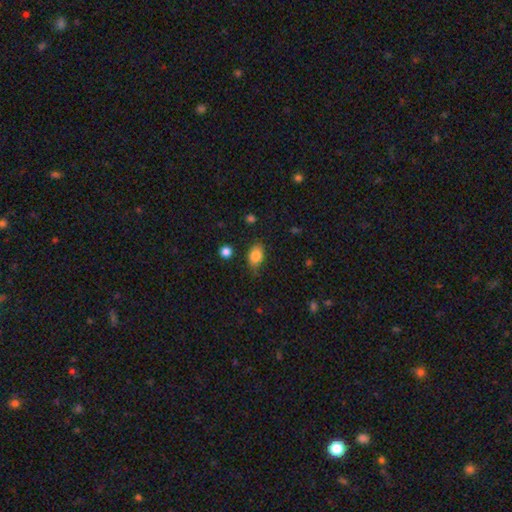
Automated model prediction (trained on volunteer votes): A smooth galaxy with no disk features (84%) that is in between round and cigar-shaped (75%).

Vote fractions:
- Smooth or featured? smooth: 84% / star or artifact: 9% / featured or disk: 7%
- How rounded? in between: 75% / round: 23% / cigar-shaped: 2%
- Merging? none: 69% / minor disturbance: 24% / major disturbance: 5% / merger: 2%